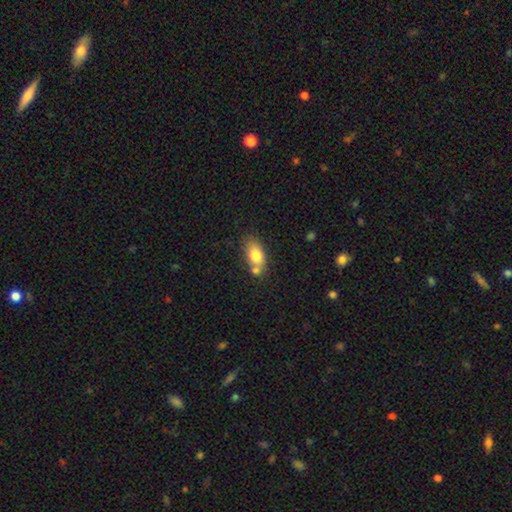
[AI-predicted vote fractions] This appears to be a smooth galaxy with no disk features (76%) that is in between round and cigar-shaped (86%). Merging: none (49%).